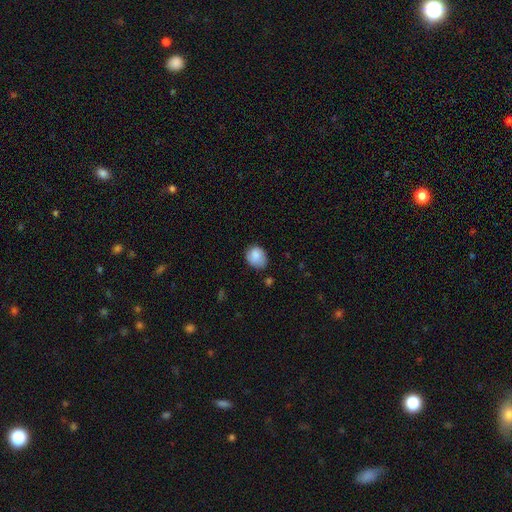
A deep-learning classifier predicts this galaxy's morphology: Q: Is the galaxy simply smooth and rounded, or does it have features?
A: smooth — 85%.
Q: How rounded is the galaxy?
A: round — 63%.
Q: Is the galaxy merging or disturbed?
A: none — 64%.